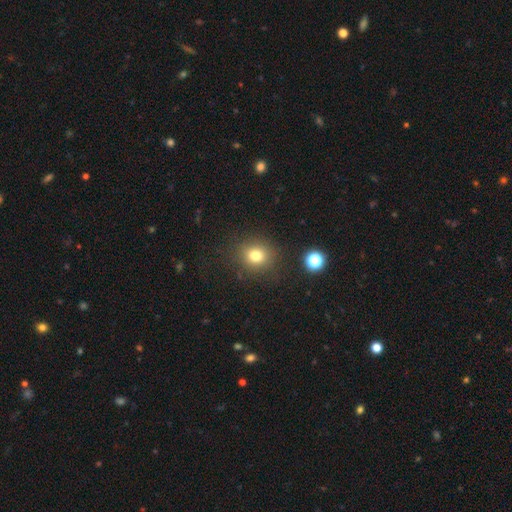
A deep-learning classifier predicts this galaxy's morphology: This is likely a smooth galaxy (77%). How rounded: likely round (76%). Merging: clearly none (84%).